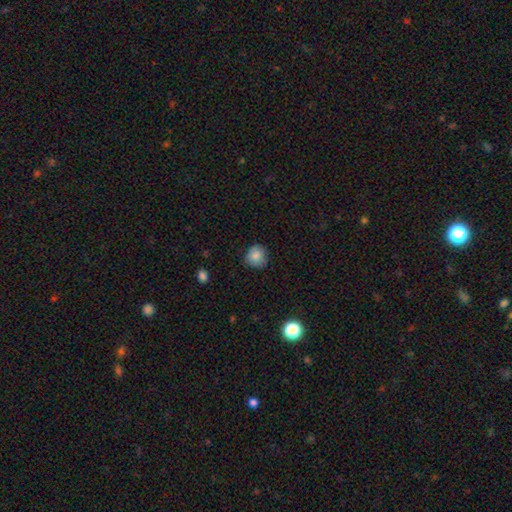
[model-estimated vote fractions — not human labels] Smooth or featured? Predicted: smooth (p=0.84). How rounded? Predicted: round (p=0.87). Merging? Predicted: none (p=0.79).